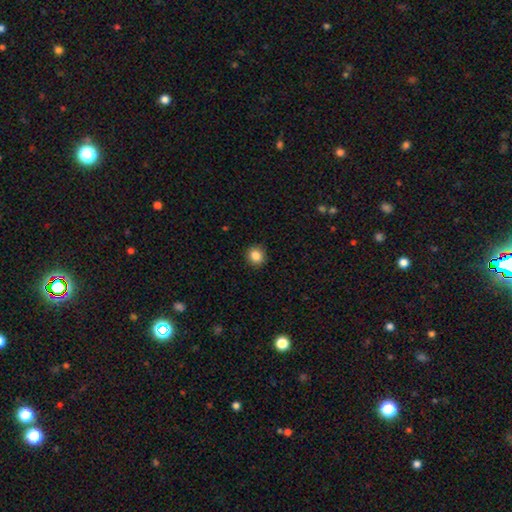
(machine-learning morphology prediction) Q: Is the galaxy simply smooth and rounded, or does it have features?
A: smooth — 85%.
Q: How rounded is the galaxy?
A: round — 86%.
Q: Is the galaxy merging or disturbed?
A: none — 91%.